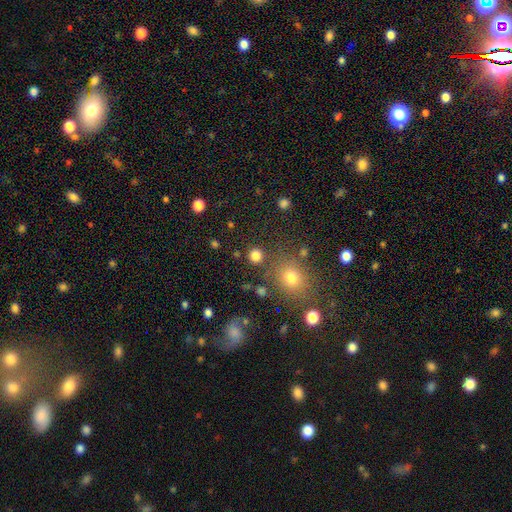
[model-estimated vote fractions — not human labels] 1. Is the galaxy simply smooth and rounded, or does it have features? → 81% smooth, 14% star or artifact, 5% featured or disk.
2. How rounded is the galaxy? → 90% round, 9% in between, 1% cigar-shaped.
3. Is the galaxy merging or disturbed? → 84% none, 7% minor disturbance, 6% merger, 3% major disturbance.